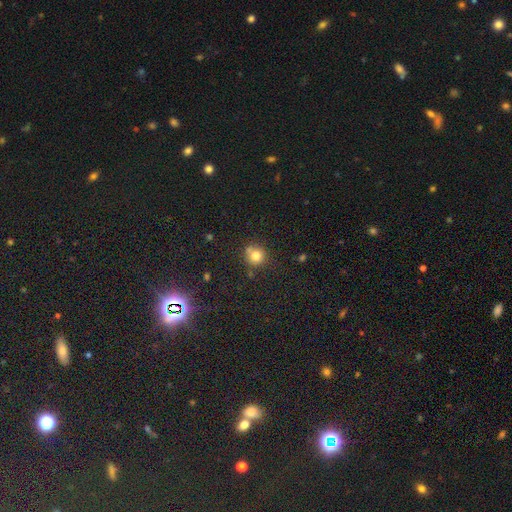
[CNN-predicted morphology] smooth_or_featured: smooth (p=0.77) [alt: star or artifact p=0.15]
how_rounded: round (p=0.90) [alt: in between p=0.09]
merging: none (p=0.66) [alt: merger p=0.17]